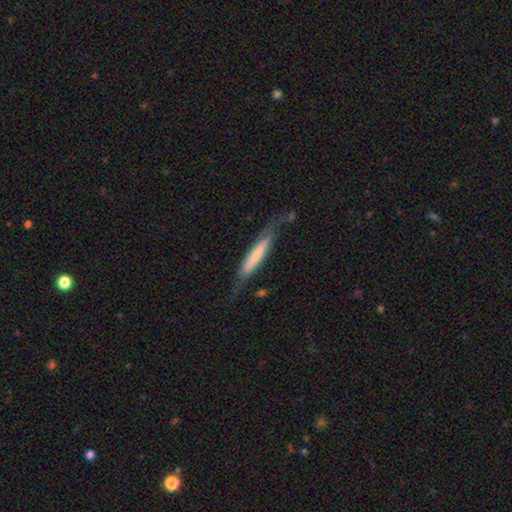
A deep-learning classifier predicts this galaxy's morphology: This is possibly a smooth galaxy (48%). Merging: likely none (62%).